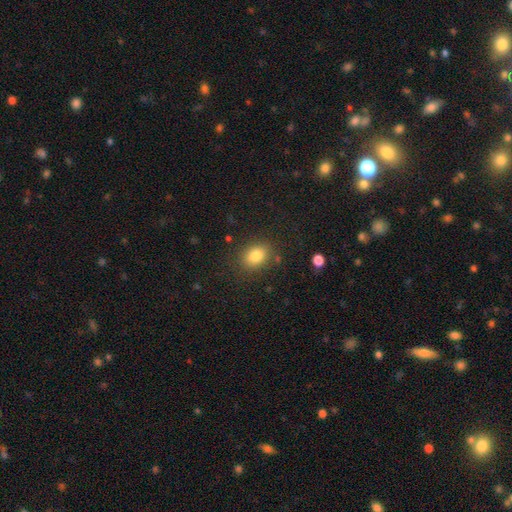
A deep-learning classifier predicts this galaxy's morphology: type=smooth (83%); roundness=in between (68%); merging=none (82%).